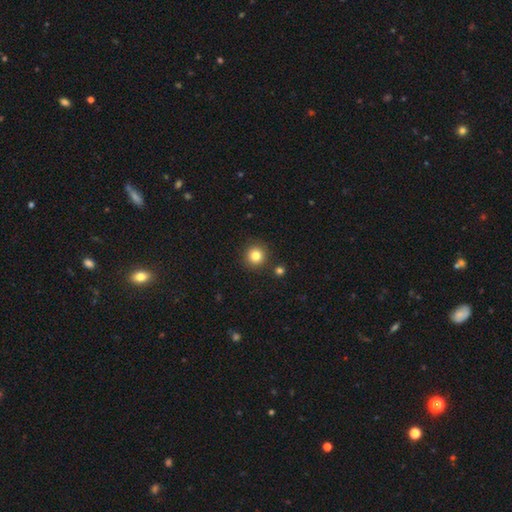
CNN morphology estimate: A smooth galaxy with no disk features (82%) that is round (94%).

Vote fractions:
- Smooth or featured? smooth: 82% / star or artifact: 12% / featured or disk: 6%
- How rounded? round: 94% / in between: 5% / cigar-shaped: 1%
- Merging? none: 88% / minor disturbance: 6% / merger: 4% / major disturbance: 2%